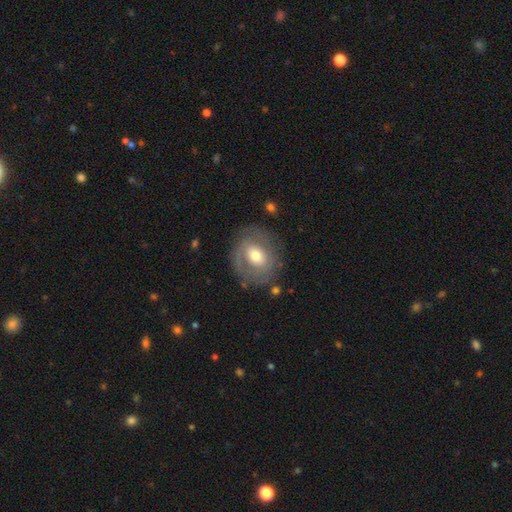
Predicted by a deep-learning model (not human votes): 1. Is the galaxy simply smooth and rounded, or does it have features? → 53% featured or disk, 40% smooth, 7% star or artifact.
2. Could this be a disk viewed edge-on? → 96% no, 4% yes.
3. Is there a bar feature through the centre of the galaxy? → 58% no, 33% weak, 10% strong.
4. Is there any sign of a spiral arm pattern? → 53% yes, 47% no.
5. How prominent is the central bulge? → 69% moderate, 15% large, 13% small, 1% dominant, 1% none.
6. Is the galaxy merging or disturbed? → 72% none, 17% minor disturbance, 9% major disturbance, 2% merger.